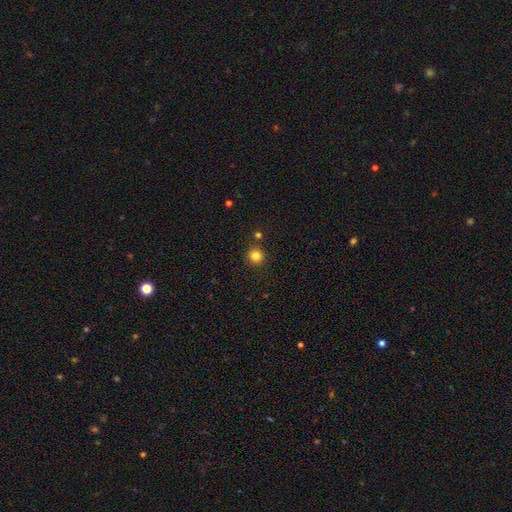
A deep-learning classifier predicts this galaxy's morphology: Smooth or featured: smooth — 82% (star or artifact — 13%)
How rounded: round — 94% (in between — 5%)
Merging: none — 87% (minor disturbance — 6%)